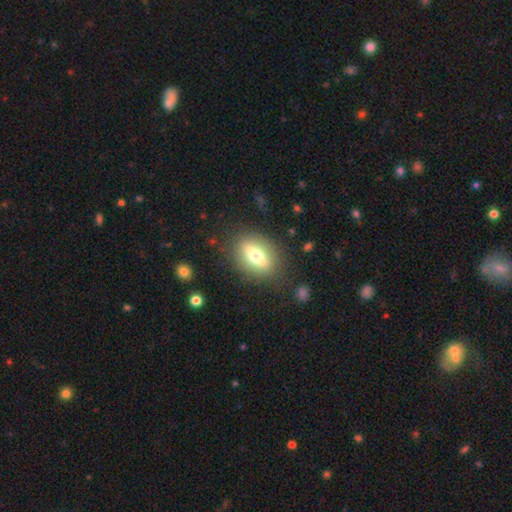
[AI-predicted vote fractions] Q: Smooth or featured?
A: smooth (61%); runner-up: featured or disk (30%)
Q: How rounded?
A: in between (73%); runner-up: round (18%)
Q: Merging?
A: none (83%); runner-up: minor disturbance (11%)